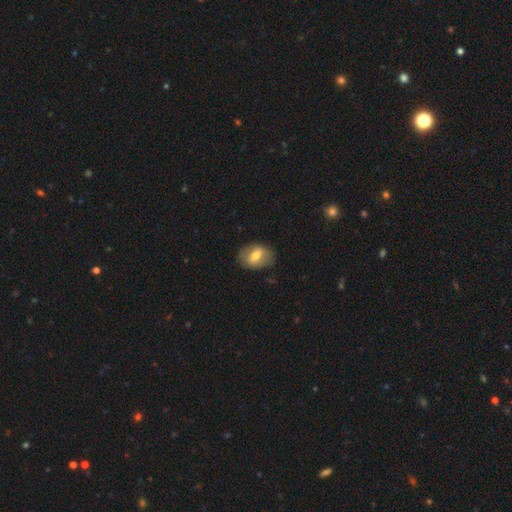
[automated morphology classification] smooth_or_featured: smooth (p=0.59) [alt: featured or disk p=0.34]
how_rounded: in between (p=0.78) [alt: round p=0.20]
merging: none (p=0.79) [alt: minor disturbance p=0.15]